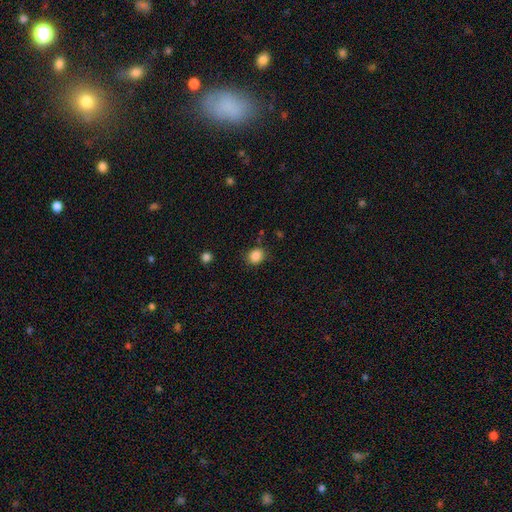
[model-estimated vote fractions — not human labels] Overall: smooth (86%). How rounded: round (66%; in between 33%). Merging: none (83%).